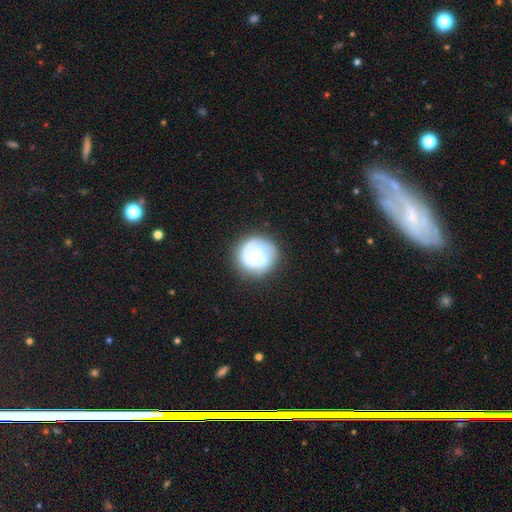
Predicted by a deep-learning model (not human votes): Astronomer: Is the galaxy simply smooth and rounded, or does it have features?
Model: featured or disk — 55% (runner-up: smooth, 38%).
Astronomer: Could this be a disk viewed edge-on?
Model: no — 98%.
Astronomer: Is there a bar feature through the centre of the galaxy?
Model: no — 82%.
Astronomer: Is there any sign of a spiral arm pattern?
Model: yes — 57% (runner-up: no, 43%).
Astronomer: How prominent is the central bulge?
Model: small — 44% (runner-up: moderate, 35%).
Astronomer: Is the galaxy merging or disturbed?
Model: none — 67%.